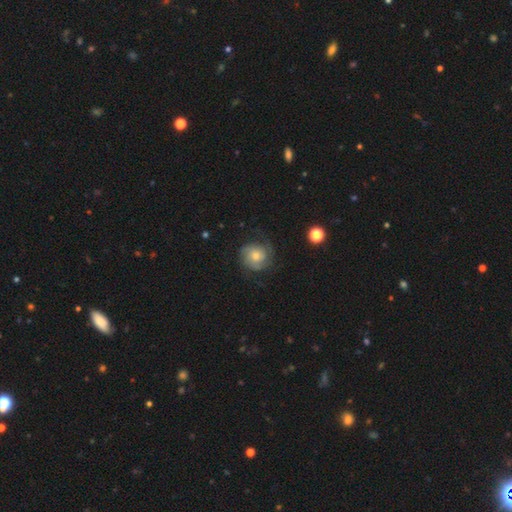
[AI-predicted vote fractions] smooth_or_featured: featured or disk (p=0.67) [alt: smooth p=0.25]
disk_edge_on: no (p=0.98) [alt: yes p=0.02]
bar: no (p=0.79) [alt: weak p=0.18]
has_spiral_arms: yes (p=0.92) [alt: no p=0.08]
spiral_winding: tight (p=0.53) [alt: medium p=0.33]
spiral_arm_count: 2 (p=0.33) [alt: can't tell p=0.26]
bulge_size: moderate (p=0.54) [alt: small p=0.37]
merging: none (p=0.66) [alt: minor disturbance p=0.20]